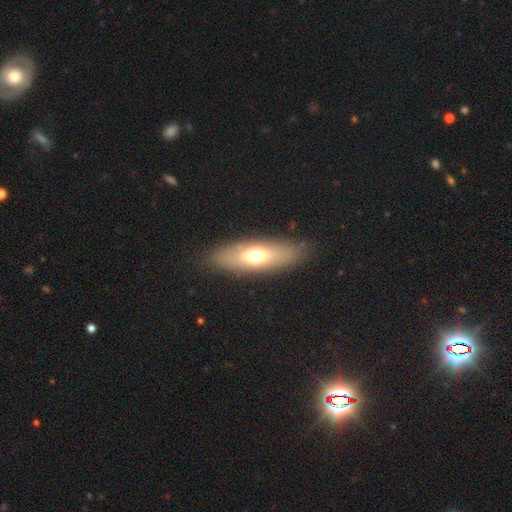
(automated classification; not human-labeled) A smooth galaxy with no disk features (62%) that is in between round and cigar-shaped (61%).

Vote fractions:
- Smooth or featured? smooth: 62% / featured or disk: 31% / star or artifact: 7%
- How rounded? in between: 61% / cigar-shaped: 36% / round: 3%
- Merging? none: 86% / minor disturbance: 9% / major disturbance: 3% / merger: 1%